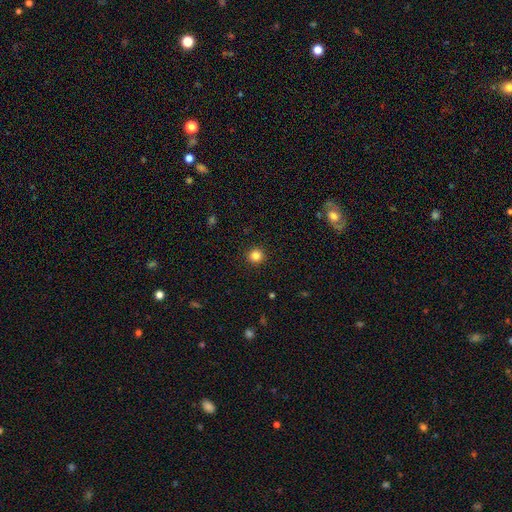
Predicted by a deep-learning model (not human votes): smooth_or_featured: smooth (p=0.84) [alt: star or artifact p=0.12]
how_rounded: round (p=0.95) [alt: in between p=0.04]
merging: none (p=0.93) [alt: minor disturbance p=0.04]